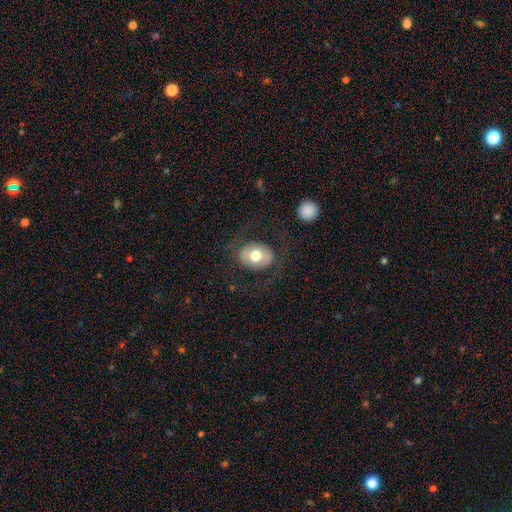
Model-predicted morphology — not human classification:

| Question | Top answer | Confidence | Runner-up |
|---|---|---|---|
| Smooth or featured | smooth | 59% | featured or disk (35%) |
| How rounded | in between | 52% | round (47%) |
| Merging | none | 74% | major disturbance (12%) |